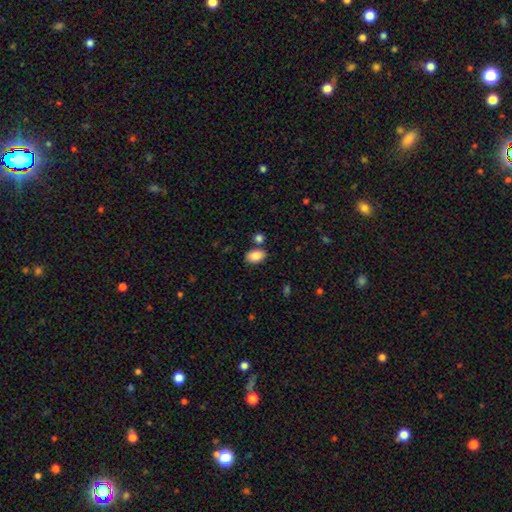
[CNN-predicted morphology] Q: Smooth or featured?
A: smooth (87%); runner-up: star or artifact (8%)
Q: How rounded?
A: in between (88%); runner-up: round (11%)
Q: Merging?
A: none (75%); runner-up: minor disturbance (12%)